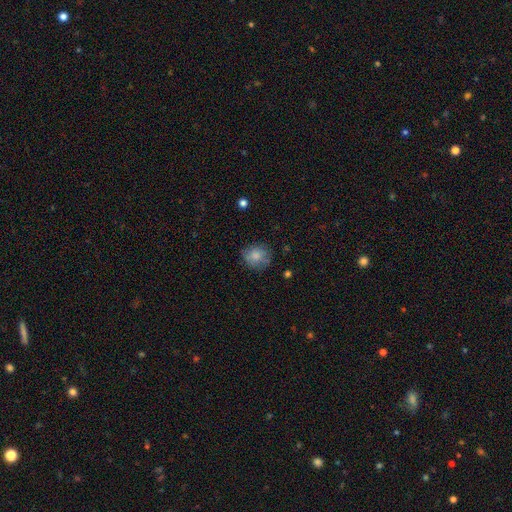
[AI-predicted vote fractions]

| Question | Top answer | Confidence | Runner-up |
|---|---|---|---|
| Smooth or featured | smooth | 74% | featured or disk (17%) |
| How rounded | round | 76% | in between (23%) |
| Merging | none | 71% | minor disturbance (21%) |